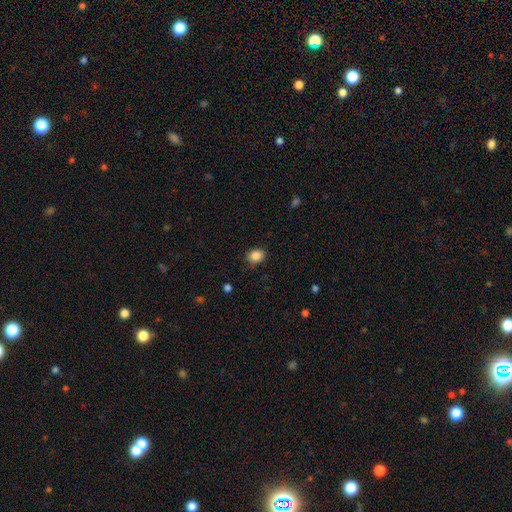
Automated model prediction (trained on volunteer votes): Smooth or featured?
  - smooth: 87% *
  - star or artifact: 9%
  - featured or disk: 4%
How rounded?
  - round: 56% *
  - in between: 43%
  - cigar-shaped: 1%
Merging?
  - none: 86% *
  - minor disturbance: 10%
  - major disturbance: 3%
  - merger: 1%